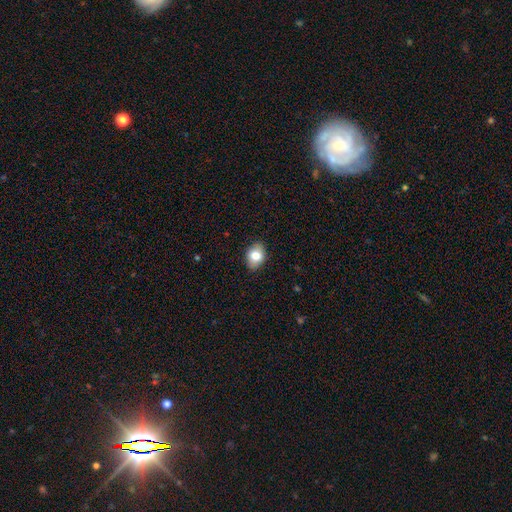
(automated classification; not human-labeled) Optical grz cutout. It shows a smooth galaxy with no disk features (76%) that is in between round and cigar-shaped (71%). Merging: none (86%).